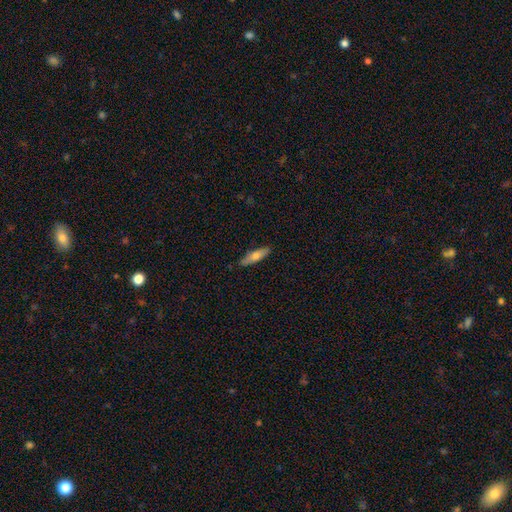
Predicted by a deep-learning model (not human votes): A smooth galaxy with no disk features (63%) that is cigar-shaped (67%). Merging: none (86%).